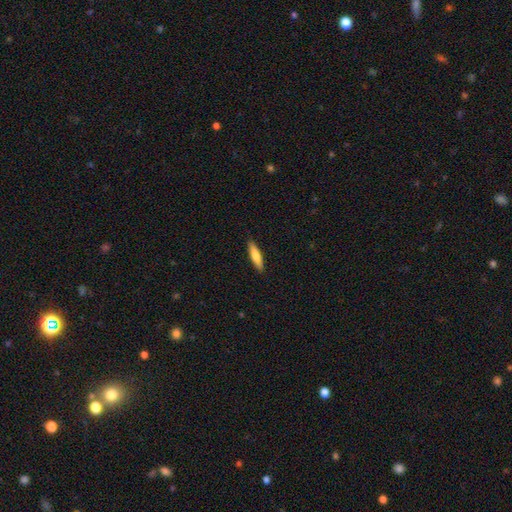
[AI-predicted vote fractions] smooth 71%, featured or disk 24%, star or artifact 5%. Down the decision tree: how rounded — cigar-shaped (79%); merging — none (90%).